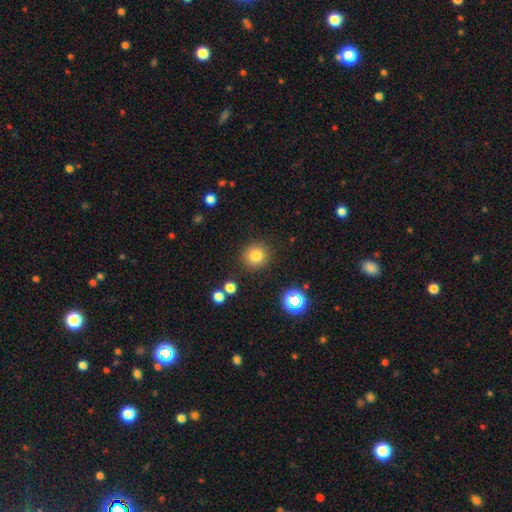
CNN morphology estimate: A smooth galaxy with no disk features (81%) that is round (91%). Merging: none (88%).